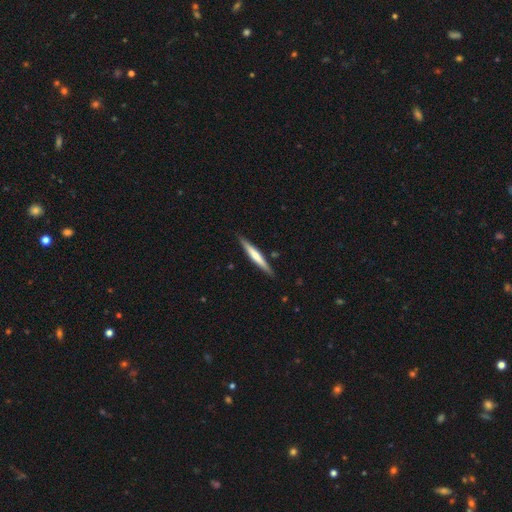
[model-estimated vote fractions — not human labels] smooth-or-featured: featured or disk: 48% | smooth: 47% | star or artifact: 5%
  merging: none: 88% | minor disturbance: 9% | merger: 2% | major disturbance: 2%